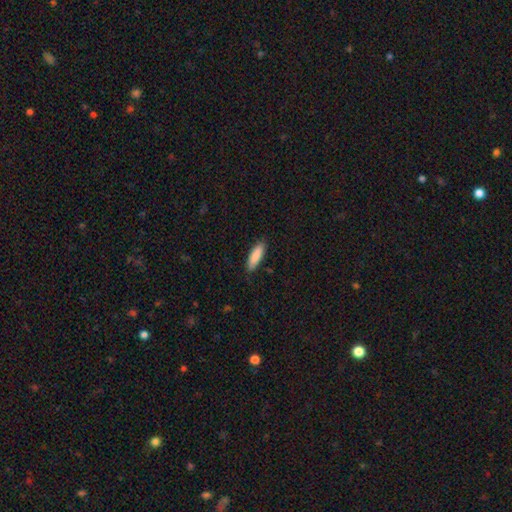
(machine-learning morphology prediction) This appears to be a smooth galaxy with no disk features (87%) that is cigar-shaped (51%). Merging: none (86%).